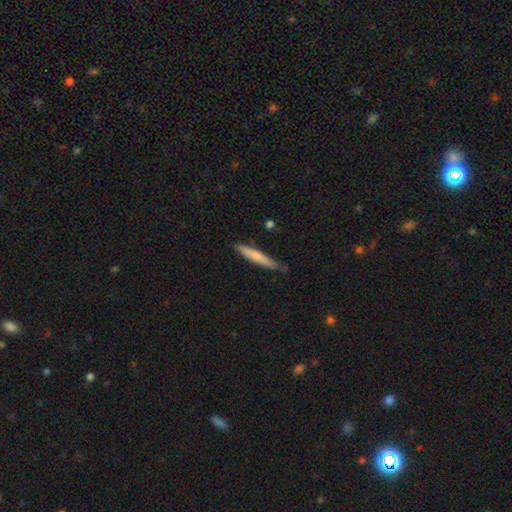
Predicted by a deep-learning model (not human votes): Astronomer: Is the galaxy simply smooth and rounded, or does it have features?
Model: smooth — 68%.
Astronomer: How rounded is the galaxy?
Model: cigar-shaped — 93%.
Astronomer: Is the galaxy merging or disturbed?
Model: none — 79%.